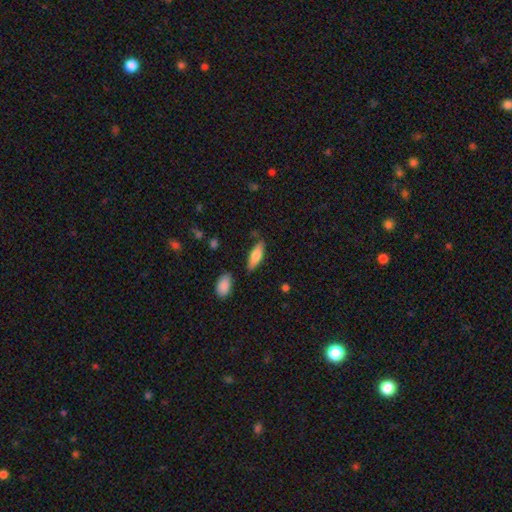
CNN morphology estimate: Overall: smooth (72%). How rounded: in between (54%; cigar-shaped 44%). Merging: none (76%).